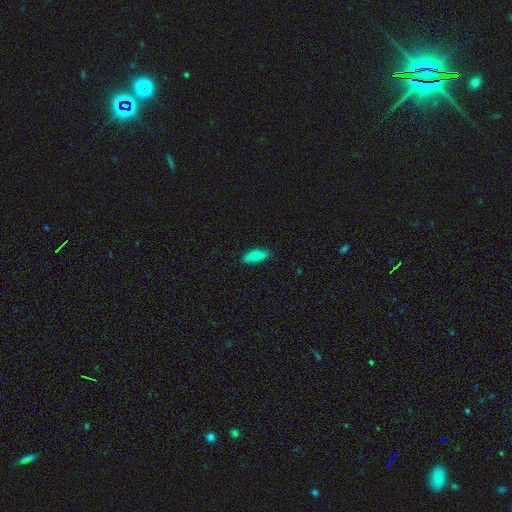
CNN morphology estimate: A smooth galaxy with no disk features (80%) that is in between round and cigar-shaped (74%).

Vote fractions:
- Smooth or featured? smooth: 80% / featured or disk: 13% / star or artifact: 7%
- How rounded? in between: 74% / cigar-shaped: 24% / round: 2%
- Merging? none: 84% / minor disturbance: 13% / major disturbance: 2% / merger: 1%